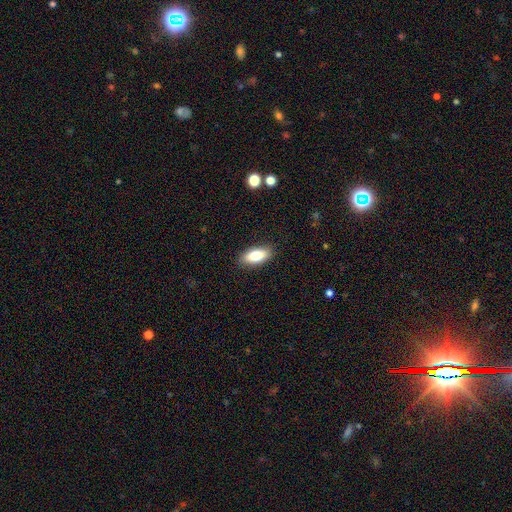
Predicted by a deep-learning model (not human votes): This is likely a smooth galaxy (79%). How rounded: clearly in between (84%). Merging: clearly none (88%).